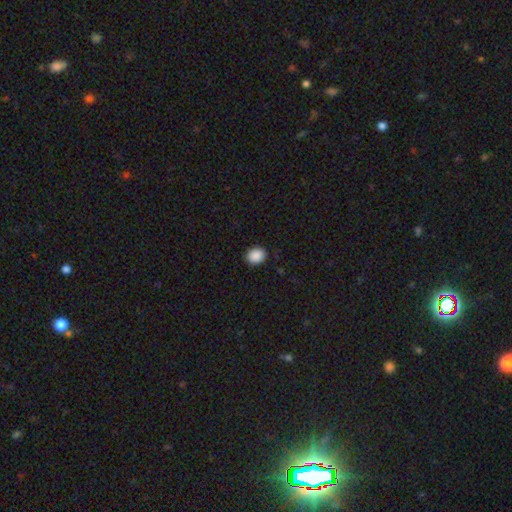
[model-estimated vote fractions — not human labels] This is clearly a smooth galaxy (89%). How rounded: likely round (61%). Merging: clearly none (89%).